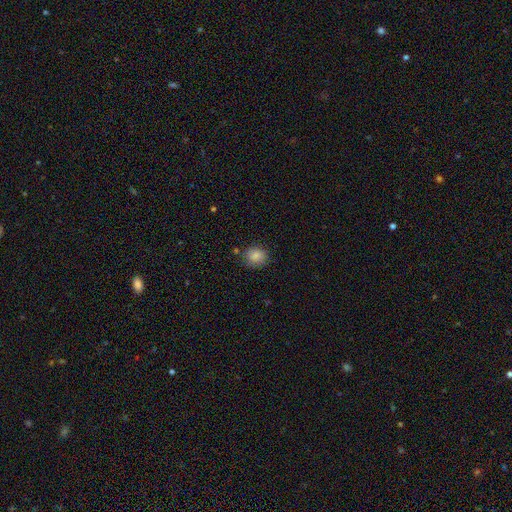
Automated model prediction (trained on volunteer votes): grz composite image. It shows a smooth galaxy with no disk features (85%) that is round (72%). Merging: none (79%).